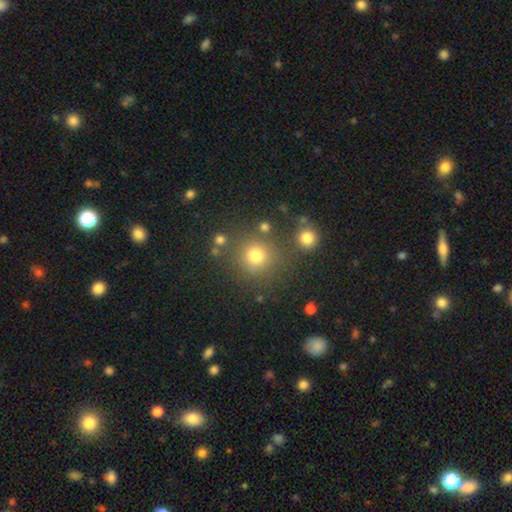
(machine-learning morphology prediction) smooth_or_featured: smooth (p=0.76) [alt: star or artifact p=0.17]
how_rounded: round (p=0.91) [alt: in between p=0.08]
merging: none (p=0.76) [alt: merger p=0.10]